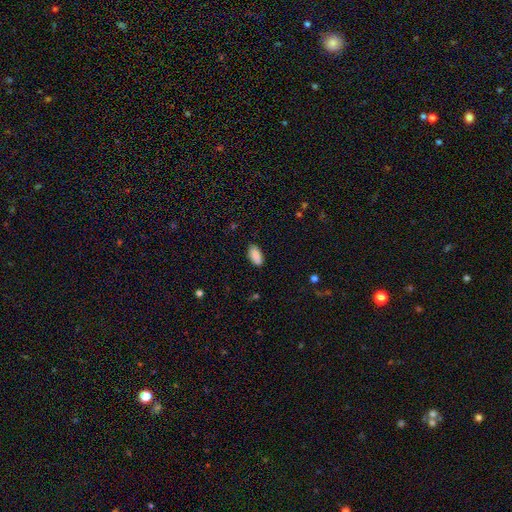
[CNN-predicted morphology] smooth-or-featured: smooth: 89% | star or artifact: 7% | featured or disk: 4%
  how-rounded: in between: 93% | cigar-shaped: 4% | round: 2%
  merging: none: 84% | minor disturbance: 12% | major disturbance: 2% | merger: 1%